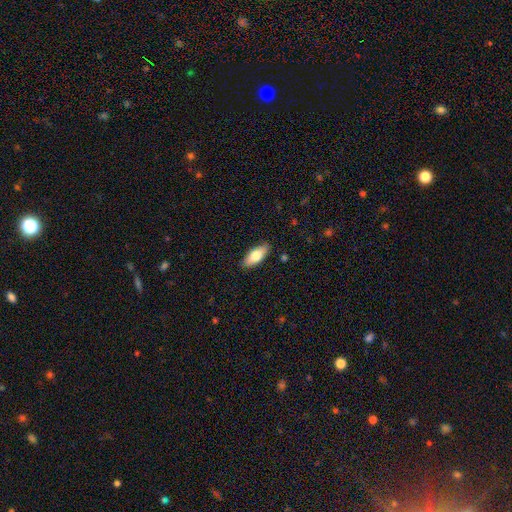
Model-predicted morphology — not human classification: The model was most divided on "smooth or featured": smooth: 75%, featured or disk: 19%, star or artifact: 6%. More confident: merging — none (88%); how rounded — in between (81%).